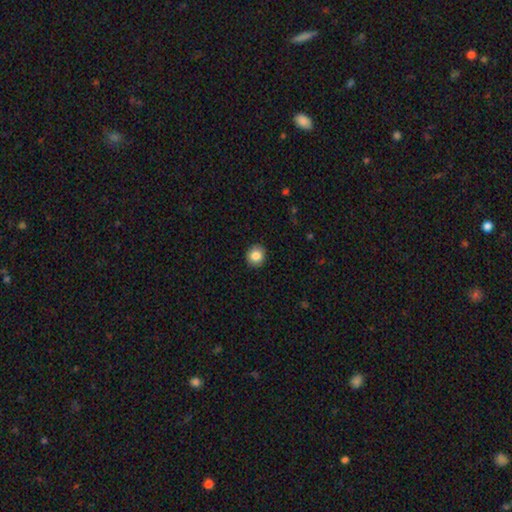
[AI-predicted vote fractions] Overall: smooth (84%). How rounded: round (87%). Merging: none (91%).